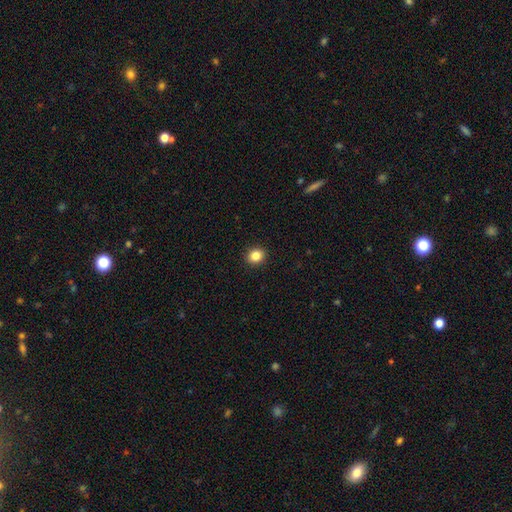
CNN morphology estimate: Smooth or featured? smooth (86%)
How rounded? round (73%)
Merging? none (92%)